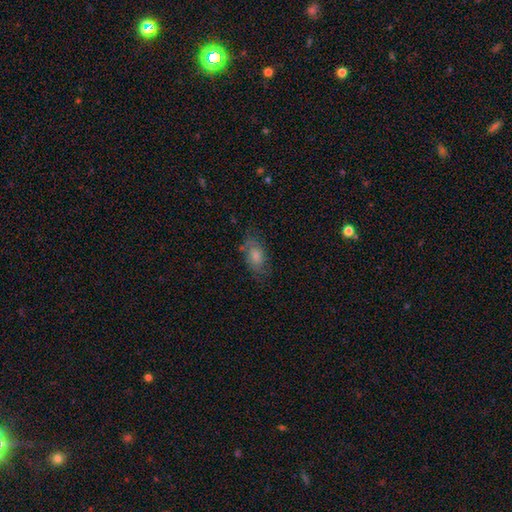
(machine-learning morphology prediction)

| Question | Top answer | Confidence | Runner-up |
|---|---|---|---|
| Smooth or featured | featured or disk | 44% | smooth (42%) |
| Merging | none | 72% | minor disturbance (19%) |